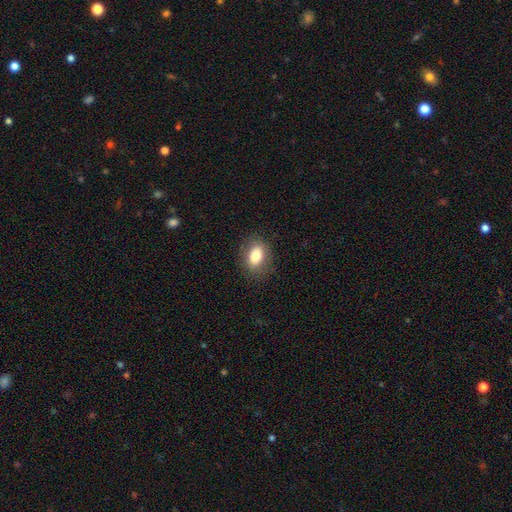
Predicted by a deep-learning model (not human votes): A smooth galaxy with no disk features (81%) that is in between round and cigar-shaped (78%).

Vote fractions:
- Smooth or featured? smooth: 81% / featured or disk: 10% / star or artifact: 8%
- How rounded? in between: 78% / round: 21% / cigar-shaped: 2%
- Merging? none: 83% / minor disturbance: 12% / major disturbance: 4% / merger: 1%